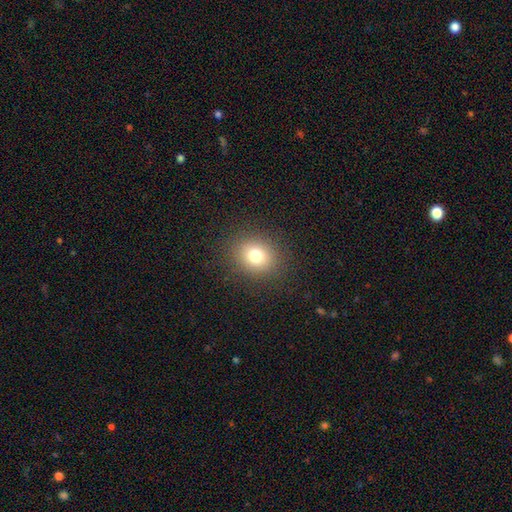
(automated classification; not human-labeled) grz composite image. It shows a smooth galaxy with no disk features (77%) that is round (73%). Merging: none (89%).